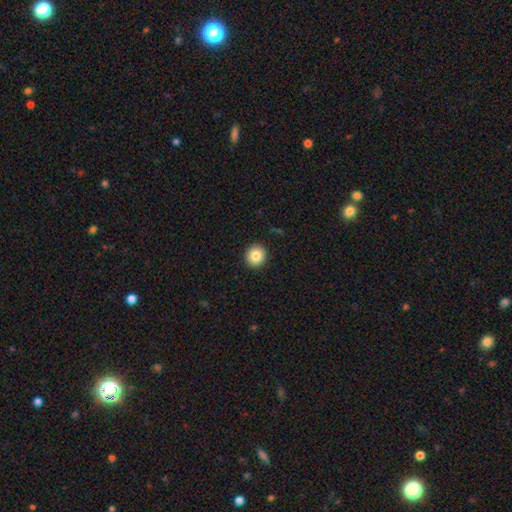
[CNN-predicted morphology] A smooth galaxy with no disk features (83%) that is round (91%). Merging: none (93%).